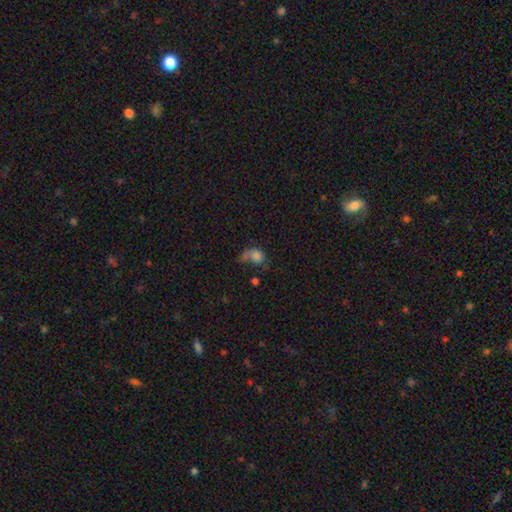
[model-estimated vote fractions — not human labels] Smooth or featured? smooth (68%)
How rounded? in between (55%)
Merging? major disturbance (41%)